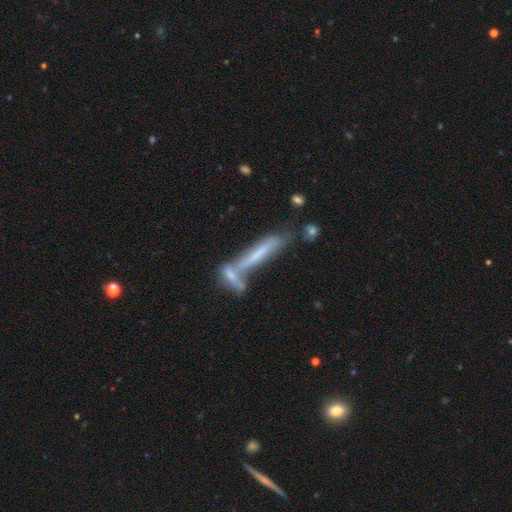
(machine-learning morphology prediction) smooth_or_featured: featured or disk (p=0.46) [alt: smooth p=0.42]
merging: merger (p=0.48) [alt: none p=0.33]